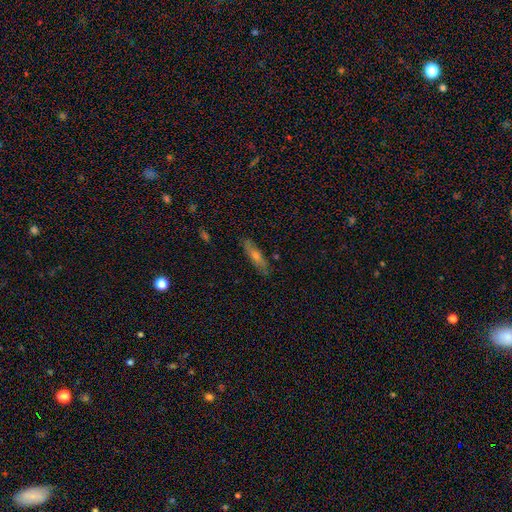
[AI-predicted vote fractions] smooth-or-featured: featured or disk: 46% | smooth: 44% | star or artifact: 10%
  merging: none: 85% | minor disturbance: 11% | major disturbance: 2% | merger: 1%